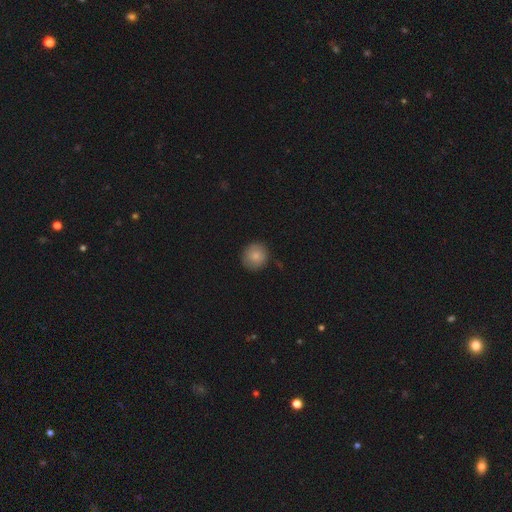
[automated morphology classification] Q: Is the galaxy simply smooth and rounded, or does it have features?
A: smooth — 83%.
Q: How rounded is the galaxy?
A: round — 91%.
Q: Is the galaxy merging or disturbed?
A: none — 87%.